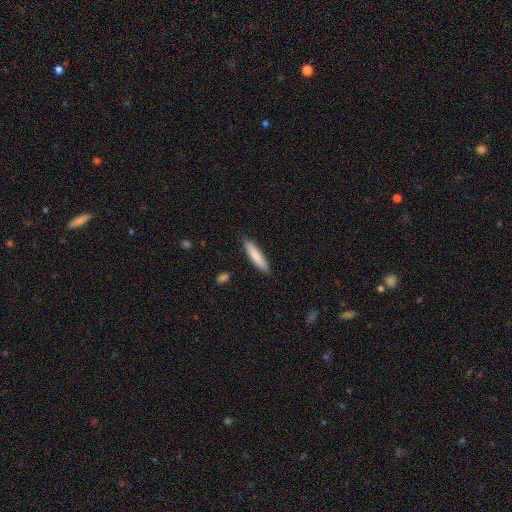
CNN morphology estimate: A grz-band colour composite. It shows a smooth galaxy with no disk features (82%) that is cigar-shaped (85%). Merging: none (89%).